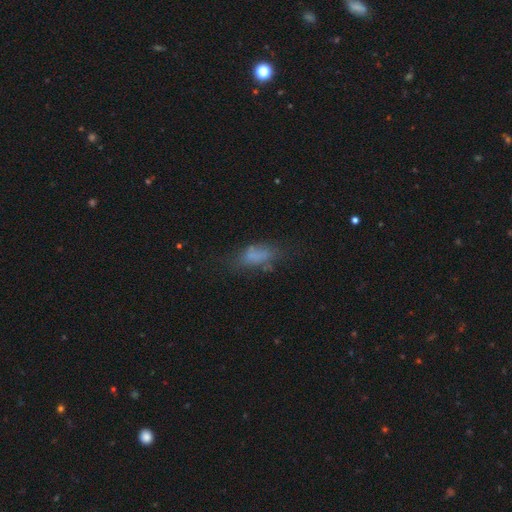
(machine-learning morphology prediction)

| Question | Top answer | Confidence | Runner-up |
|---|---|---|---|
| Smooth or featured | smooth | 62% | featured or disk (24%) |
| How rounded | in between | 80% | cigar-shaped (16%) |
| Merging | none | 43% | minor disturbance (28%) |